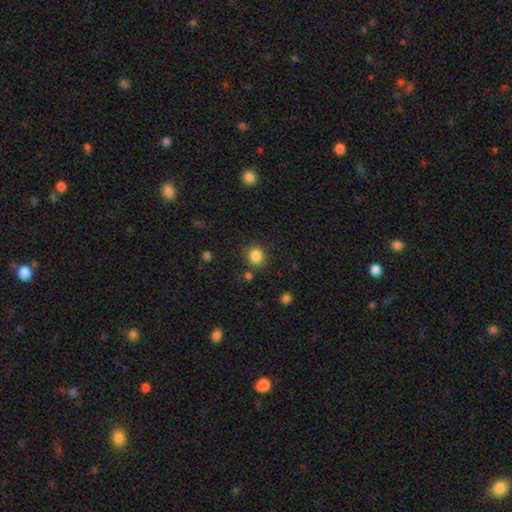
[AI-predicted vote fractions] smooth-or-featured: smooth: 85% | star or artifact: 11% | featured or disk: 5%
  how-rounded: round: 81% | in between: 18% | cigar-shaped: 1%
  merging: none: 82% | minor disturbance: 10% | merger: 5% | major disturbance: 3%